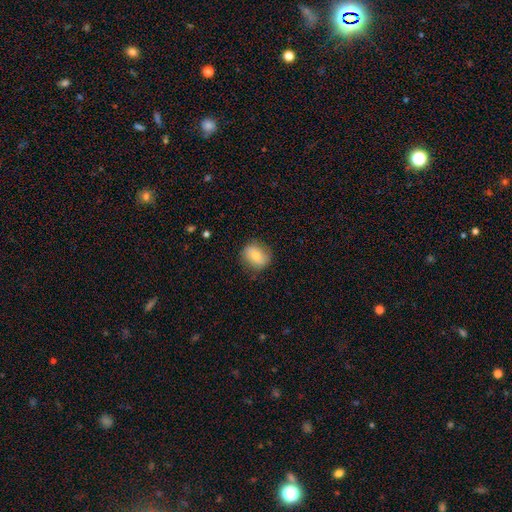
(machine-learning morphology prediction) This is likely a smooth galaxy (68%). How rounded: likely round (67%). Merging: clearly none (80%).